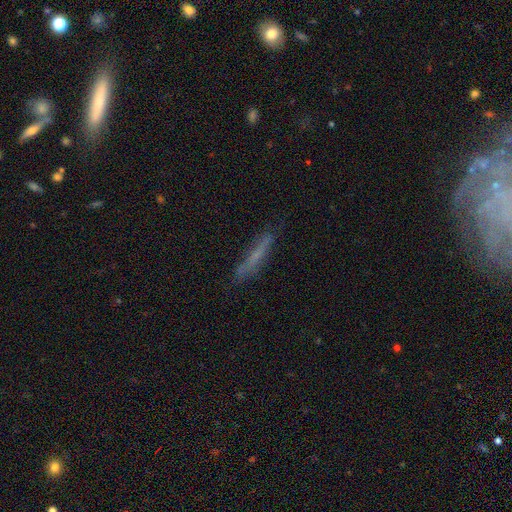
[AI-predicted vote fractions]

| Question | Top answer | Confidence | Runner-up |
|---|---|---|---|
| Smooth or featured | smooth | 53% | featured or disk (37%) |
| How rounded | cigar-shaped | 92% | in between (6%) |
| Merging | none | 79% | minor disturbance (16%) |